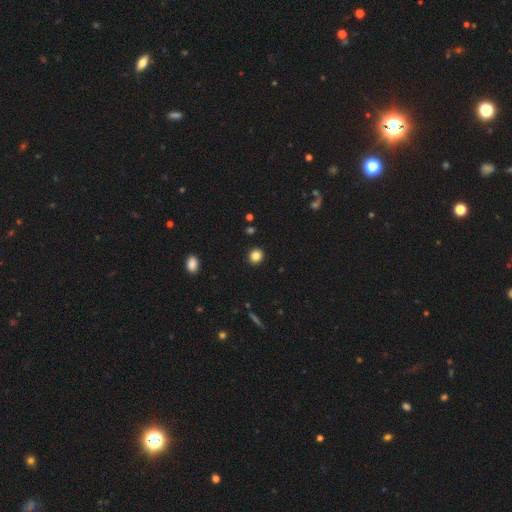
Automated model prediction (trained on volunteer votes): A smooth galaxy with no disk features (85%) that is round (86%).

Vote fractions:
- Smooth or featured? smooth: 85% / star or artifact: 11% / featured or disk: 5%
- How rounded? round: 86% / in between: 13% / cigar-shaped: 1%
- Merging? none: 92% / minor disturbance: 5% / major disturbance: 2% / merger: 1%